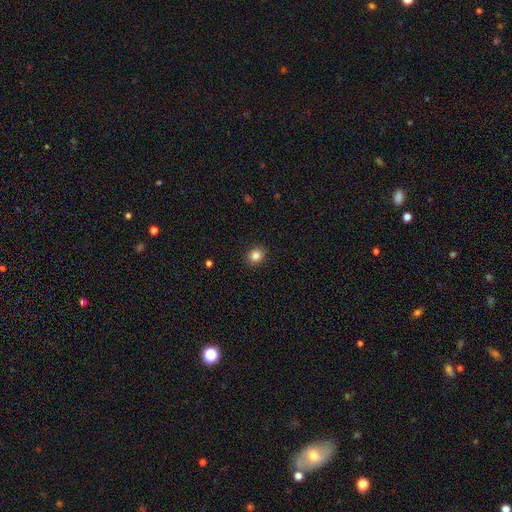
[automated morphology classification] smooth_or_featured: smooth (p=0.85) [alt: star or artifact p=0.10]
how_rounded: round (p=0.64) [alt: in between p=0.35]
merging: none (p=0.90) [alt: minor disturbance p=0.07]